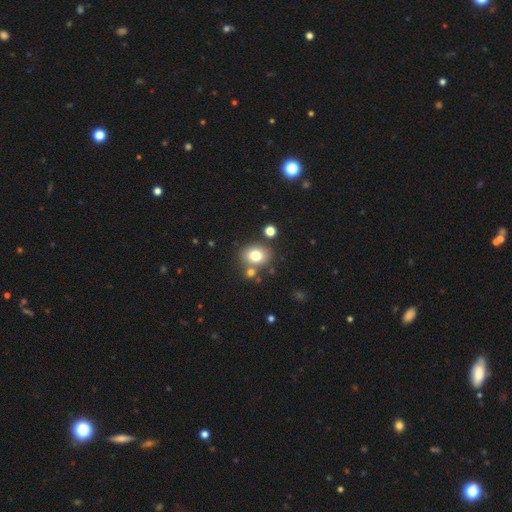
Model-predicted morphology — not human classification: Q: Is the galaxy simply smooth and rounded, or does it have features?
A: smooth — 77%.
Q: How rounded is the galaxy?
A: round — 58%.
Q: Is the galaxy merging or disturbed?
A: none — 73%.